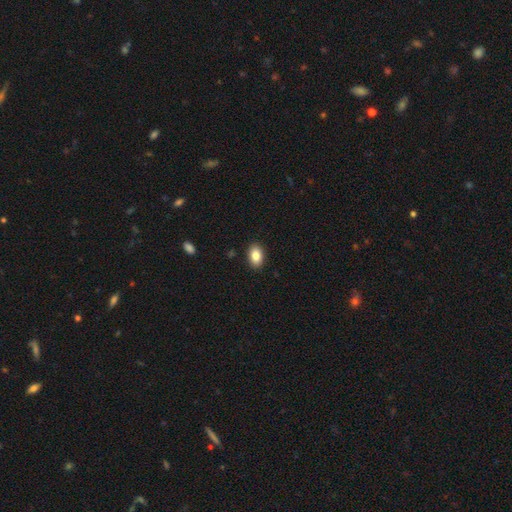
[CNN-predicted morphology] Smooth or featured: smooth — 86% (star or artifact — 8%)
How rounded: in between — 89% (round — 10%)
Merging: none — 89% (minor disturbance — 8%)